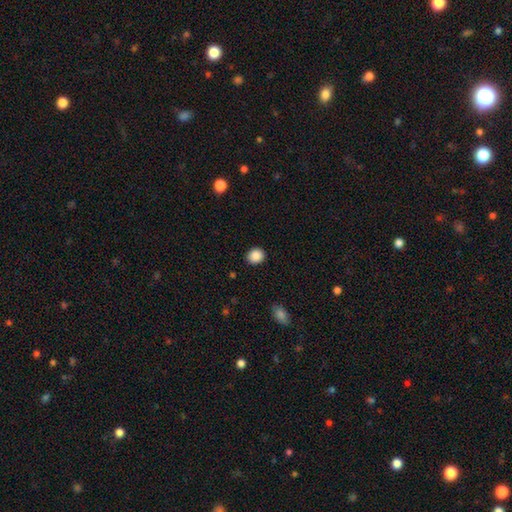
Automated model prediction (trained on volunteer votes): smooth-or-featured: smooth: 89% | star or artifact: 9% | featured or disk: 3%
  how-rounded: round: 71% | in between: 28% | cigar-shaped: 1%
  merging: none: 89% | minor disturbance: 7% | major disturbance: 2% | merger: 1%